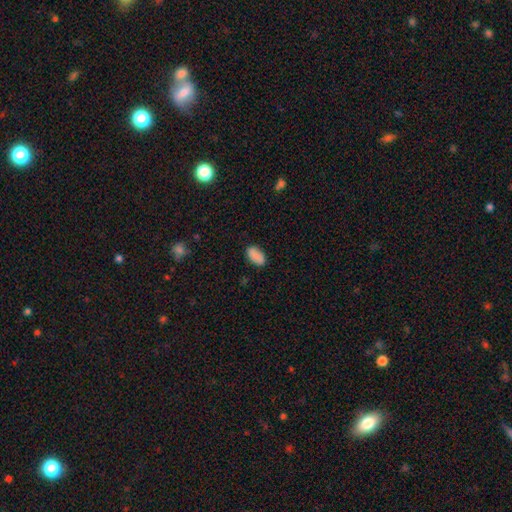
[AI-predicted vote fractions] smooth-or-featured: smooth: 86% | star or artifact: 8% | featured or disk: 6%
  how-rounded: in between: 93% | round: 5% | cigar-shaped: 2%
  merging: none: 82% | minor disturbance: 13% | major disturbance: 3% | merger: 2%